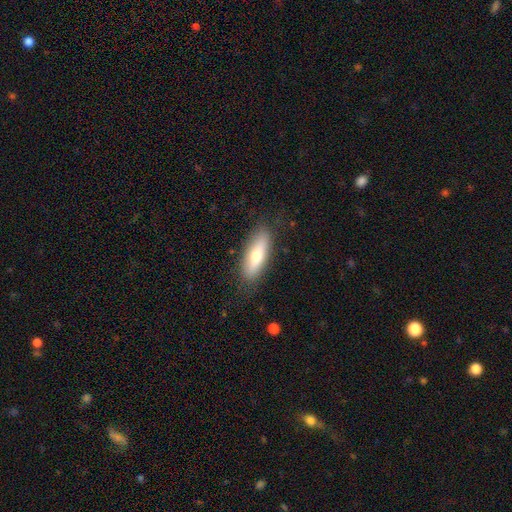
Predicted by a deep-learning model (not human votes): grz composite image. It shows a smooth galaxy with no disk features (68%) that is in between round and cigar-shaped (63%). Merging: none (84%).